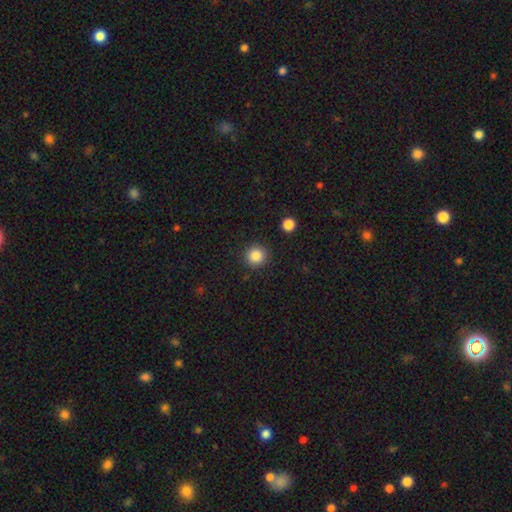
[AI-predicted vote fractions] This appears to be a smooth galaxy with no disk features (86%) that is round (94%). Merging: none (91%).